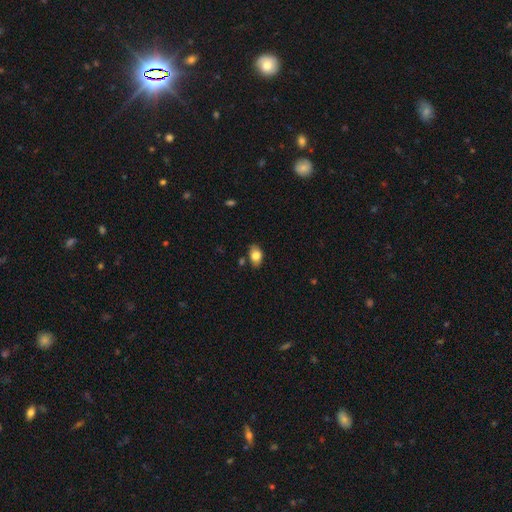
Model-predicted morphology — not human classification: smooth_or_featured: smooth (p=0.81) [alt: featured or disk p=0.11]
how_rounded: in between (p=0.87) [alt: round p=0.12]
merging: none (p=0.77) [alt: minor disturbance p=0.16]